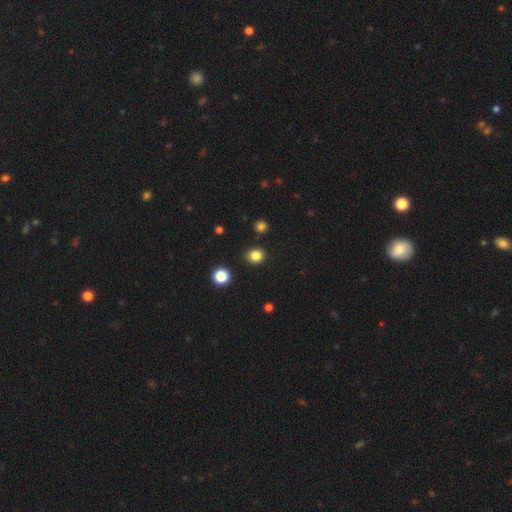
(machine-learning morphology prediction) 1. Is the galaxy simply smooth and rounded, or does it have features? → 83% smooth, 13% star or artifact, 4% featured or disk.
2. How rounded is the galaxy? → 77% round, 22% in between, 1% cigar-shaped.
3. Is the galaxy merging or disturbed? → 89% none, 6% minor disturbance, 3% merger, 2% major disturbance.